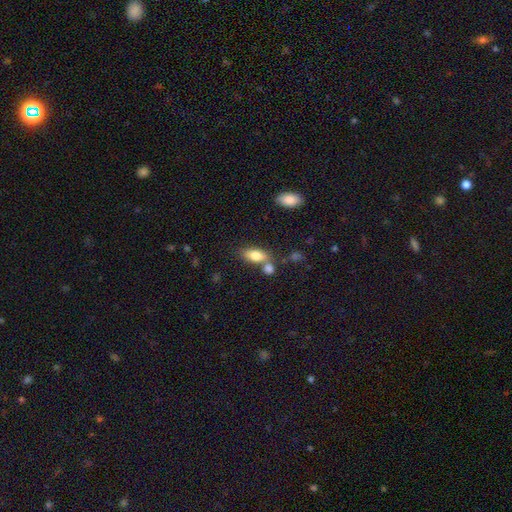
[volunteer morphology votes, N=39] smooth_or_featured: smooth (p=0.79) [alt: featured or disk p=0.13]
how_rounded: in between (p=0.87) [alt: cigar-shaped p=0.10]
merging: none (p=0.83) [alt: minor disturbance p=0.08]